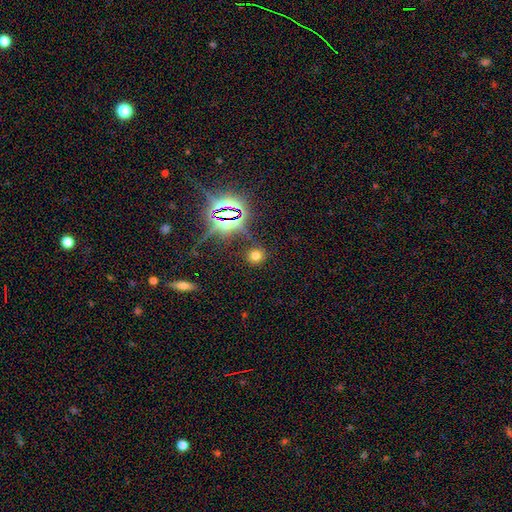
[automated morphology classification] Smooth or featured? Predicted: smooth (p=0.61). How rounded? Predicted: round (p=0.87). Merging? Predicted: none (p=0.84).